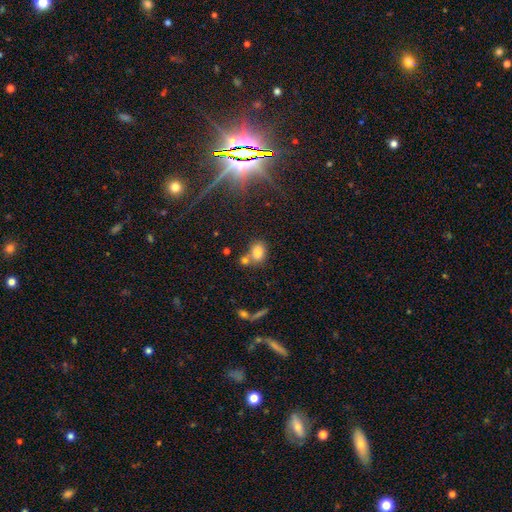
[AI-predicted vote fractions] A smooth galaxy with no disk features (80%) that is in between round and cigar-shaped (72%). Merging: none (50%).